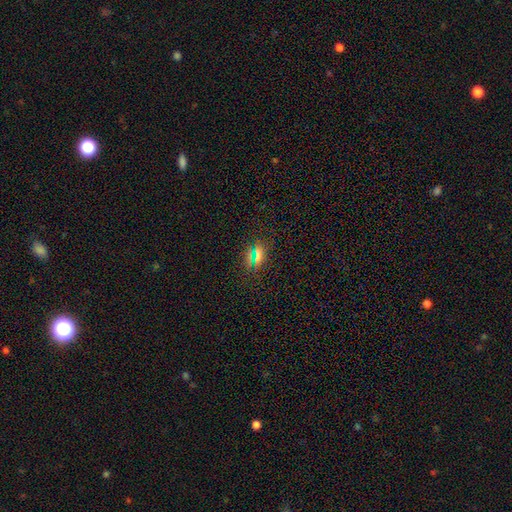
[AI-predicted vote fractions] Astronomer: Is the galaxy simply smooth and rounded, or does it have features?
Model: smooth — 59%.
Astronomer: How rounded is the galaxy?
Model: in between — 61%.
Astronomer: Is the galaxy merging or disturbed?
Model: none — 83%.